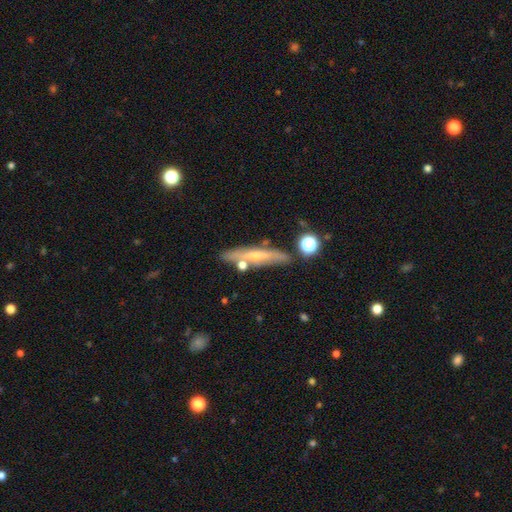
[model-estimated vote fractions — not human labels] The model was most divided on "smooth or featured": featured or disk: 56%, smooth: 36%, star or artifact: 8%. More confident: edge-on disk — yes (85%); merging — none (77%).